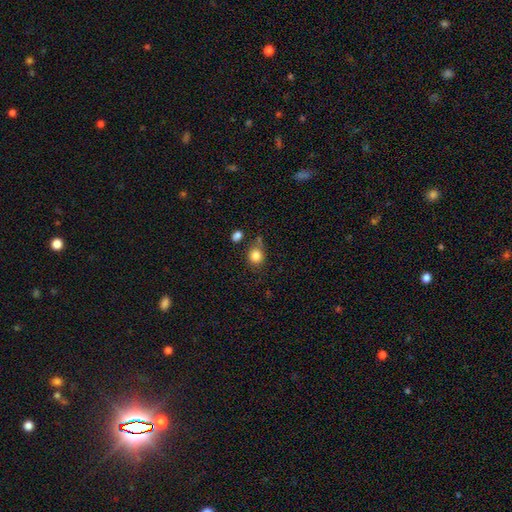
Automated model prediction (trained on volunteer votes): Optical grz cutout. It shows a smooth galaxy with no disk features (84%) that is round (77%). Merging: none (67%).